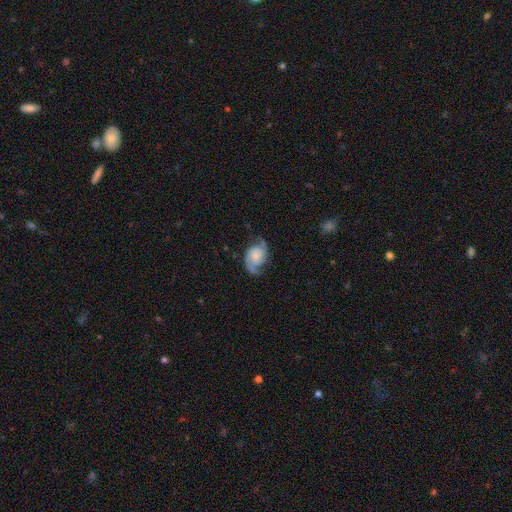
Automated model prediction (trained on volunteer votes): Smooth or featured: featured or disk — 80% (smooth — 14%)
Edge-on disk: no — 97% (yes — 3%)
Bar: no — 71% (weak — 24%)
Spiral arms: yes — 96% (no — 4%)
Spiral winding: medium — 45% (loose — 37%)
Spiral arm count: 2 — 90% (can't tell — 4%)
Bulge size: small — 36% (moderate — 23%)
Merging: none — 67% (minor disturbance — 20%)